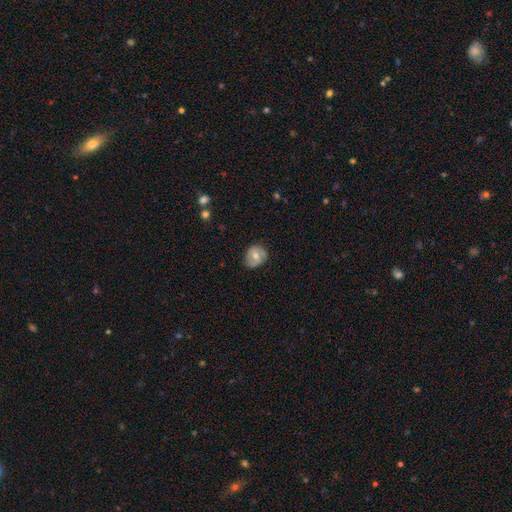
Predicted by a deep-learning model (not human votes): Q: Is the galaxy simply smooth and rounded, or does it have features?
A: smooth — 46%, tied with featured or disk.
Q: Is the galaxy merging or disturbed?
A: none — 71%.